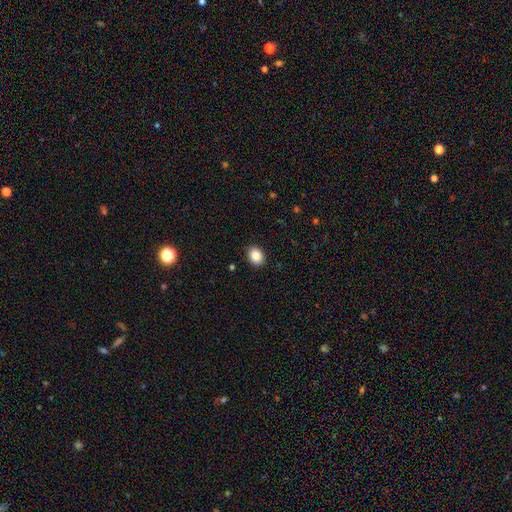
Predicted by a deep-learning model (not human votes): The model was most divided on "how rounded": in between: 62%, round: 37%, cigar-shaped: 1%. More confident: merging — none (91%); smooth or featured — smooth (88%).